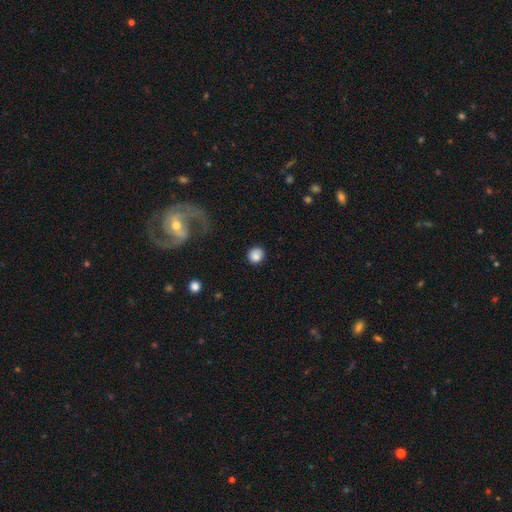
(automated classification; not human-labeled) This is clearly a smooth galaxy (83%). How rounded: clearly round (86%). Merging: clearly none (83%).